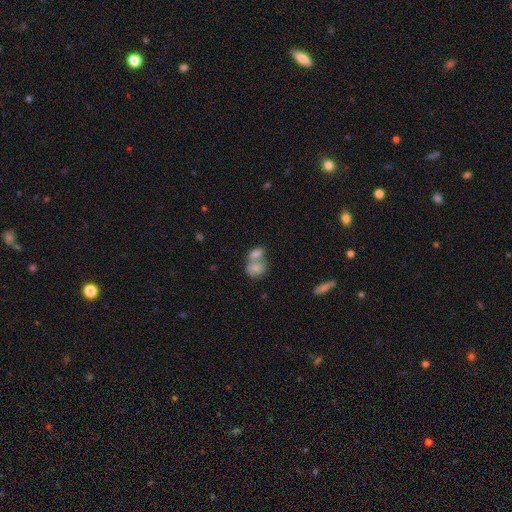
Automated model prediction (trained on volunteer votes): Smooth or featured? Predicted: smooth (p=0.77). How rounded? Predicted: in between (p=0.64). Merging? Predicted: merger (p=0.65).